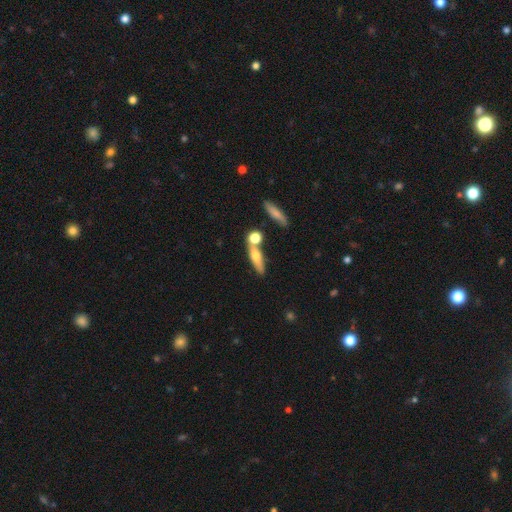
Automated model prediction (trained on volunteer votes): This is possibly a smooth galaxy (55%). How rounded: likely cigar-shaped (61%). Merging: possibly none (58%).